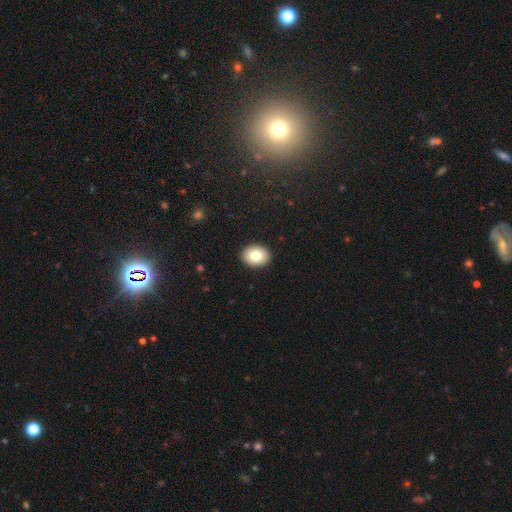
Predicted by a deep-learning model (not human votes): smooth-or-featured: smooth: 83% | featured or disk: 9% | star or artifact: 8%
  how-rounded: in between: 60% | round: 39% | cigar-shaped: 1%
  merging: none: 91% | minor disturbance: 6% | major disturbance: 2% | merger: 1%